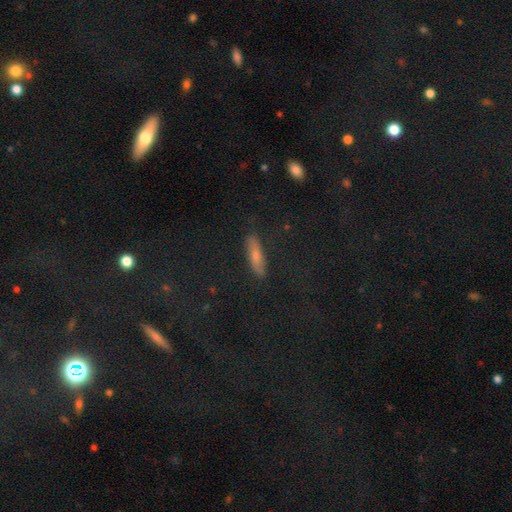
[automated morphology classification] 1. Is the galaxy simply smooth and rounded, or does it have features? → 52% smooth, 28% featured or disk, 20% star or artifact.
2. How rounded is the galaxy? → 72% cigar-shaped, 24% in between, 4% round.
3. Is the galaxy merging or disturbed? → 85% none, 11% minor disturbance, 3% major disturbance, 1% merger.